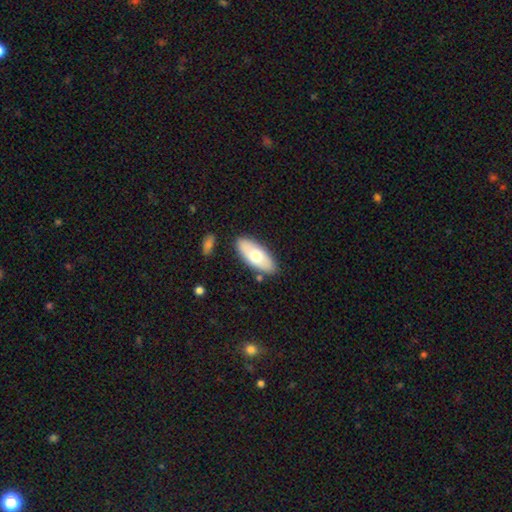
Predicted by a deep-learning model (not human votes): smooth 63%, featured or disk 32%, star or artifact 5%. Down the decision tree: how rounded — in between (86%); merging — none (83%).